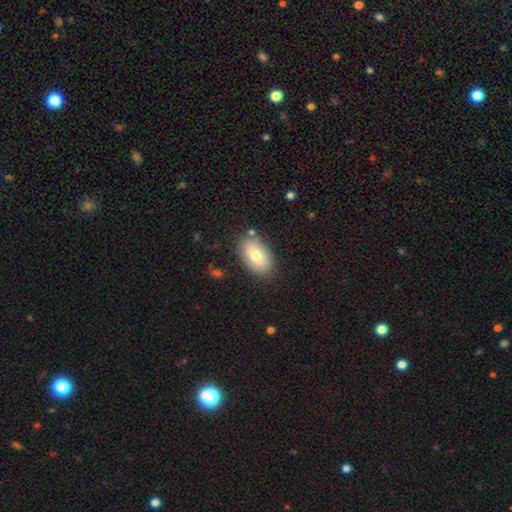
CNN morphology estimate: Overall: smooth (75%). How rounded: in between (92%). Merging: none (81%).